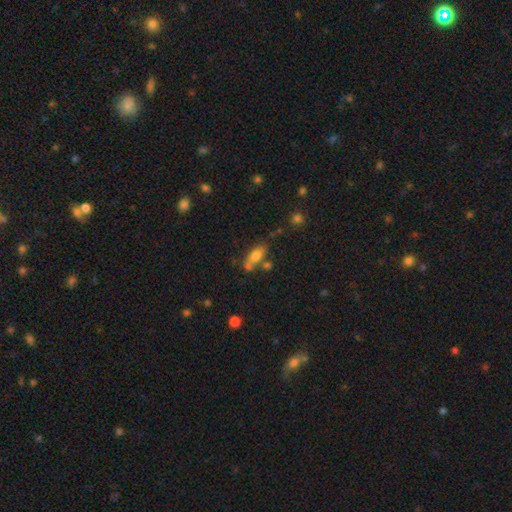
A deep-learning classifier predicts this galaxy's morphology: This appears to be a smooth galaxy with no disk features (68%) that is in between round and cigar-shaped (69%). Merging: none (55%).